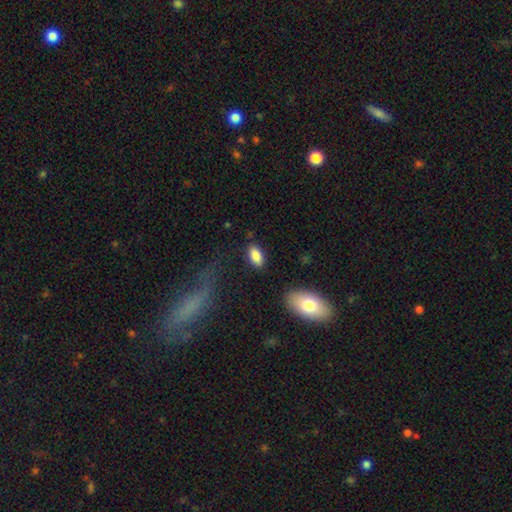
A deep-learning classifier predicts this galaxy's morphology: Smooth or featured: smooth — 86% (star or artifact — 7%)
How rounded: in between — 91% (cigar-shaped — 5%)
Merging: none — 83% (minor disturbance — 11%)